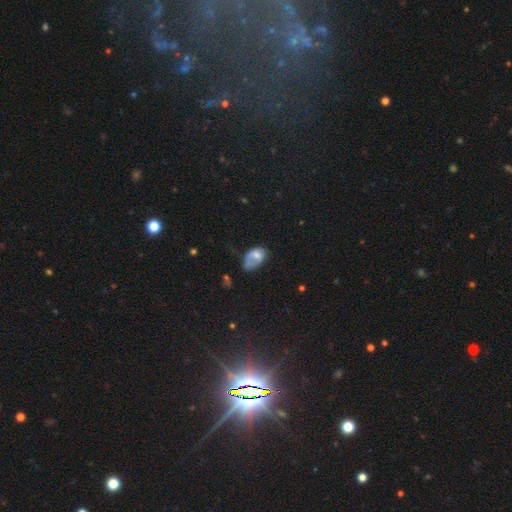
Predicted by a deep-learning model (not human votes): This appears to be a smooth galaxy with no disk features (65%) that is in between round and cigar-shaped (88%). Merging: minor disturbance (36%).